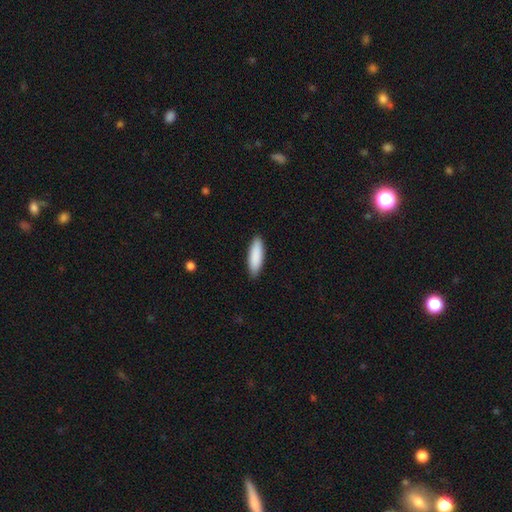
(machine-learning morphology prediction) Q: Smooth or featured?
A: smooth (89%); runner-up: featured or disk (6%)
Q: How rounded?
A: cigar-shaped (51%); runner-up: in between (48%)
Q: Merging?
A: none (89%); runner-up: minor disturbance (9%)